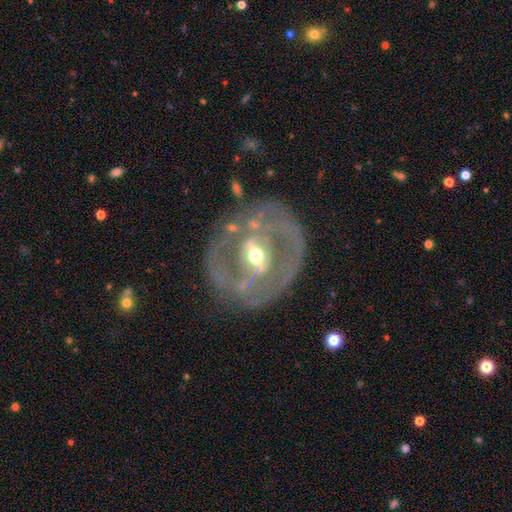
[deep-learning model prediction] Overall: featured or disk (82%). Edge-on disk: no (92%). Bar: strong (55%; weak 30%). Spiral arms: no (50%, tied with yes). Bulge size: moderate (68%). Merging: none (68%).